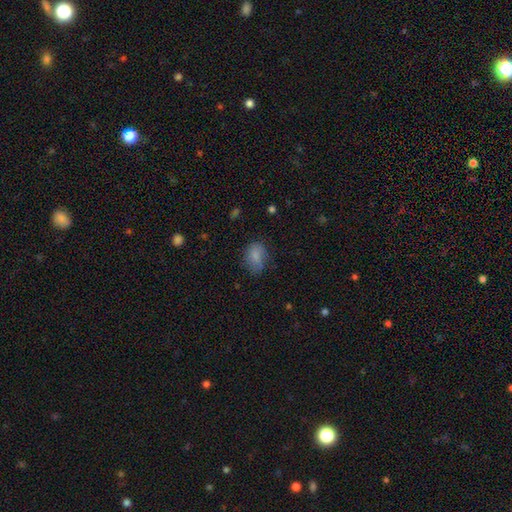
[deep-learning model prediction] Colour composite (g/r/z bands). It shows a smooth galaxy with no disk features (81%) that is in between round and cigar-shaped (80%). Merging: none (64%).